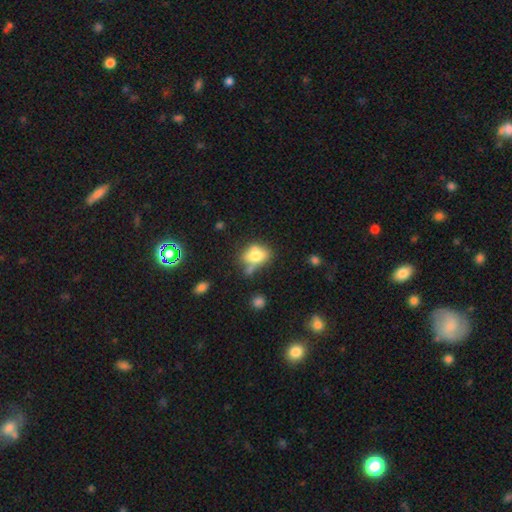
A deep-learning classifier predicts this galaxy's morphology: smooth-or-featured: smooth: 67% | featured or disk: 21% | star or artifact: 12%
  how-rounded: in between: 69% | round: 28% | cigar-shaped: 3%
  merging: none: 44% | minor disturbance: 24% | merger: 20% | major disturbance: 12%